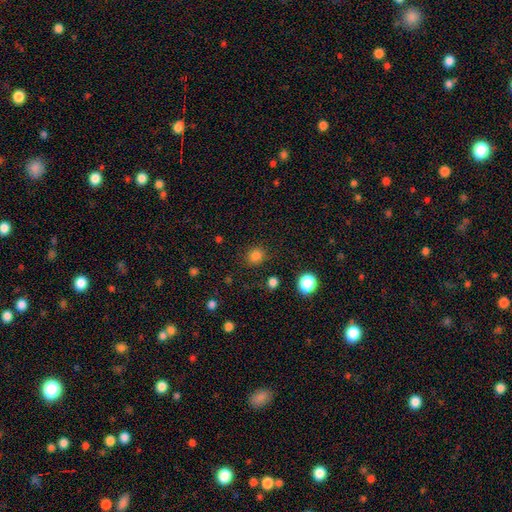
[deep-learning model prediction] smooth_or_featured: smooth (p=0.83) [alt: star or artifact p=0.14]
how_rounded: round (p=0.85) [alt: in between p=0.14]
merging: none (p=0.86) [alt: minor disturbance p=0.09]